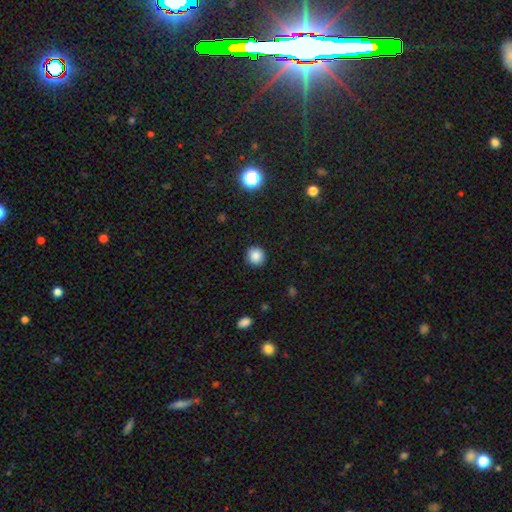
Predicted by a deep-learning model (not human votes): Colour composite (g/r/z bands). It shows a smooth galaxy with no disk features (85%) that is round (91%). Merging: none (91%).